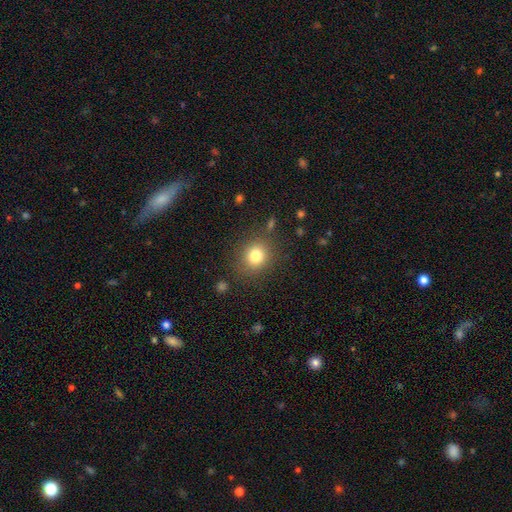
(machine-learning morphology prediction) Smooth or featured: smooth — 79% (star or artifact — 12%)
How rounded: round — 80% (in between — 19%)
Merging: none — 84% (minor disturbance — 10%)